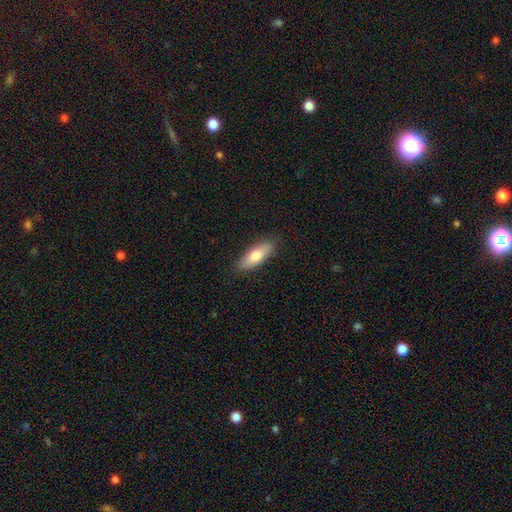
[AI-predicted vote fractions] This is likely a smooth galaxy (77%). How rounded: likely in between (63%). Merging: clearly none (85%).